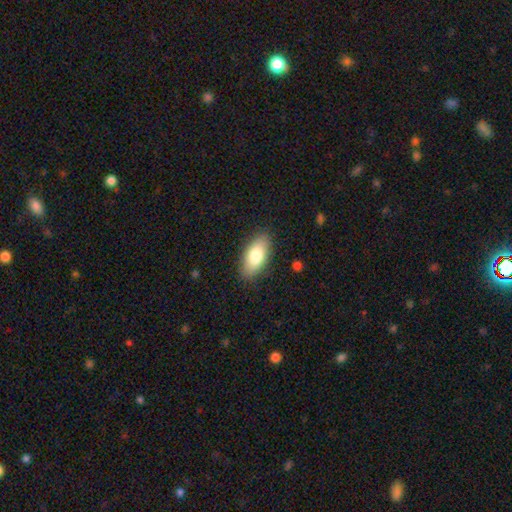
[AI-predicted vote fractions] smooth 81%, featured or disk 13%, star or artifact 6%. Down the decision tree: how rounded — in between (90%); merging — none (87%).